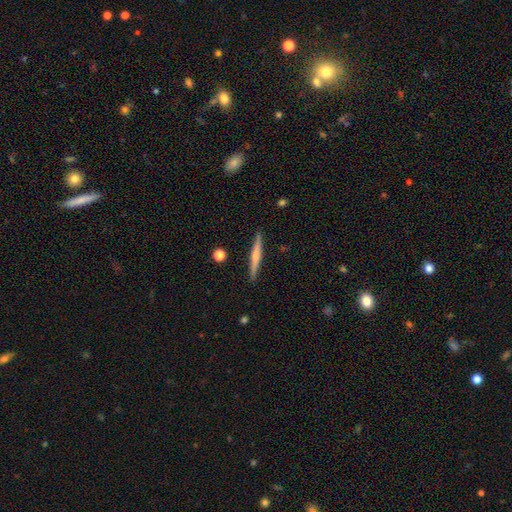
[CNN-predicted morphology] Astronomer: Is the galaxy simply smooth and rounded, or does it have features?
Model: featured or disk — 52% (runner-up: smooth, 42%).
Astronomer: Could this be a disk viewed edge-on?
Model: yes — 97%.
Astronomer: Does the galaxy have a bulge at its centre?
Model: rounded — 56%.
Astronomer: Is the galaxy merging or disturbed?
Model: none — 90%.